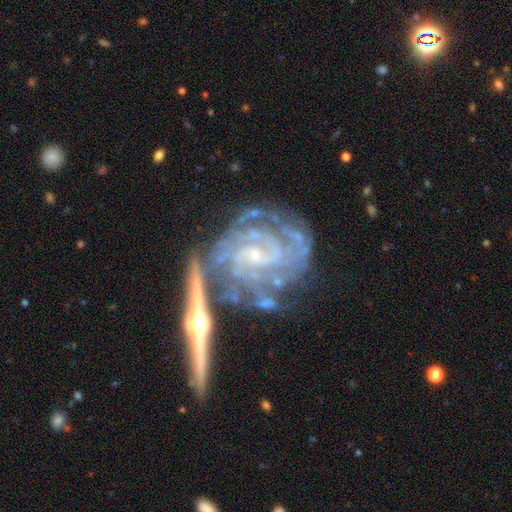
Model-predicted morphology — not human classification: Smooth or featured? Predicted: featured or disk (p=0.92). Edge-on disk? Predicted: no (p=0.90). Bar? Predicted: no (p=0.46). Spiral arms? Predicted: yes (p=0.97). Spiral winding? Predicted: tight (p=0.75). Spiral arm count? Predicted: 2 (p=0.30). Bulge size? Predicted: small (p=0.75). Merging? Predicted: none (p=0.52).